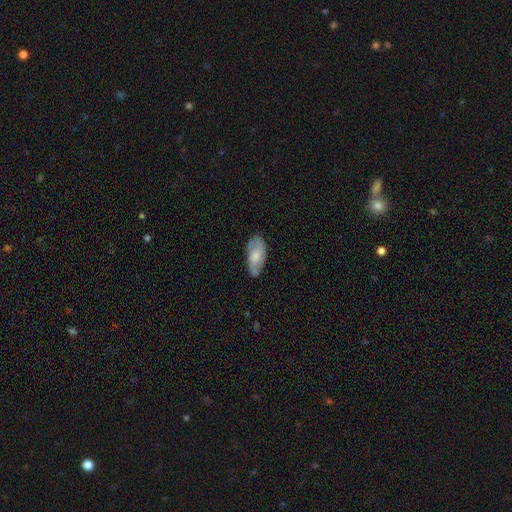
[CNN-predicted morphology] A smooth galaxy with no disk features (57%) that is in between round and cigar-shaped (90%).

Vote fractions:
- Smooth or featured? smooth: 57% / featured or disk: 37% / star or artifact: 6%
- How rounded? in between: 90% / cigar-shaped: 7% / round: 3%
- Merging? none: 75% / minor disturbance: 19% / major disturbance: 4% / merger: 1%